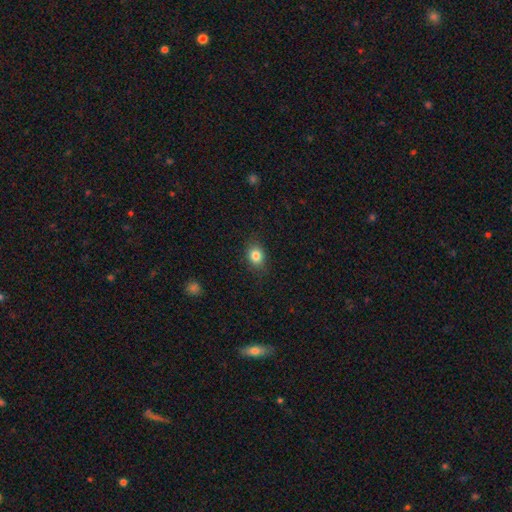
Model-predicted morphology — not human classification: smooth_or_featured: smooth (p=0.84) [alt: star or artifact p=0.10]
how_rounded: round (p=0.55) [alt: in between p=0.44]
merging: none (p=0.85) [alt: minor disturbance p=0.11]